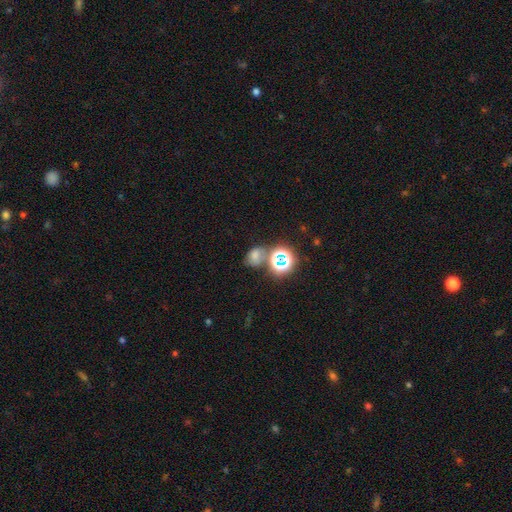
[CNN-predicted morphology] The model was most divided on "how rounded": in between: 59%, round: 40%, cigar-shaped: 1%. More confident: smooth or featured — smooth (56%); merging — none (51%).